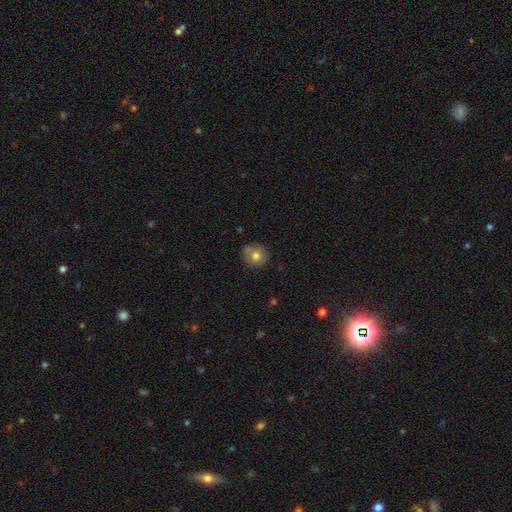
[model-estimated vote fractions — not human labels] A smooth galaxy with no disk features (75%) that is round (89%).

Vote fractions:
- Smooth or featured? smooth: 75% / featured or disk: 15% / star or artifact: 10%
- How rounded? round: 89% / in between: 10% / cigar-shaped: 1%
- Merging? none: 82% / minor disturbance: 13% / major disturbance: 3% / merger: 3%